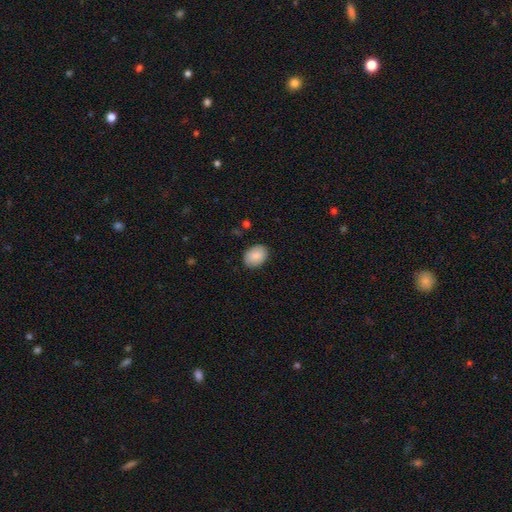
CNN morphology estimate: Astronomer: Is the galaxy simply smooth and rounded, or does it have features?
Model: smooth — 88%.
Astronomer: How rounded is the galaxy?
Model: in between — 75%.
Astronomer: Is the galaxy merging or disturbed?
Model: none — 87%.